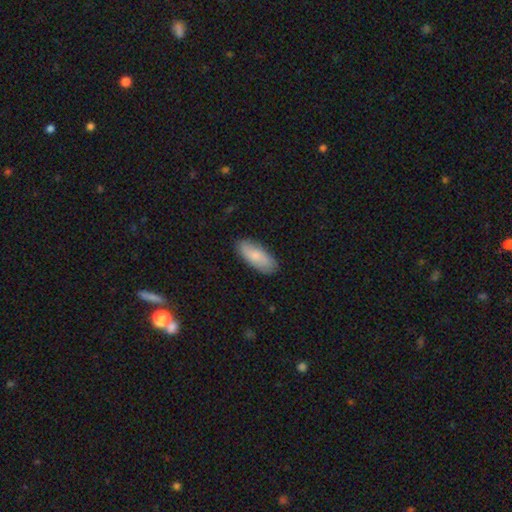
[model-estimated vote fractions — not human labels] A smooth galaxy with no disk features (79%) that is in between round and cigar-shaped (80%). Merging: none (86%).